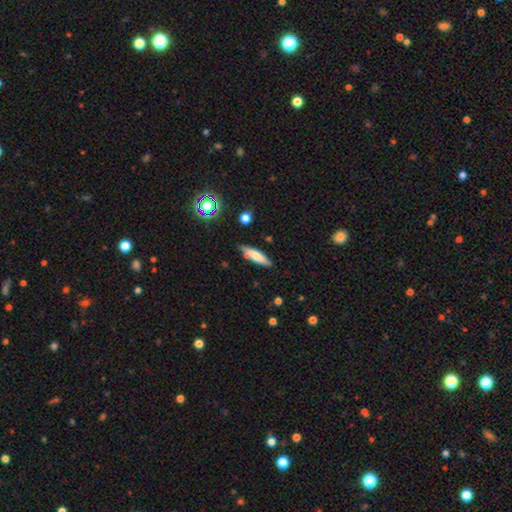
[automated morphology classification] Overall: smooth (69%). How rounded: cigar-shaped (68%; in between 30%). Merging: none (77%).